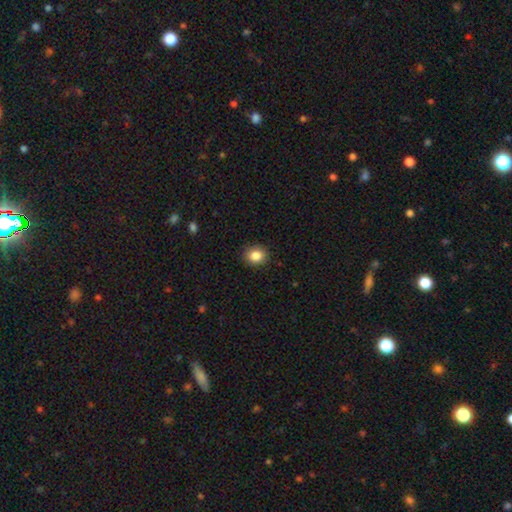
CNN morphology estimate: Smooth or featured?
  - smooth: 86% *
  - star or artifact: 9%
  - featured or disk: 4%
How rounded?
  - round: 68% *
  - in between: 31%
  - cigar-shaped: 1%
Merging?
  - none: 90% *
  - minor disturbance: 7%
  - major disturbance: 2%
  - merger: 1%